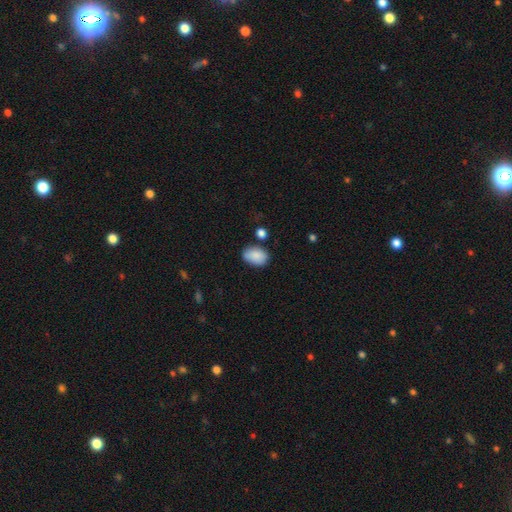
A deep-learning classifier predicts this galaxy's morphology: A smooth galaxy with no disk features (88%) that is in between round and cigar-shaped (84%). Merging: none (72%).